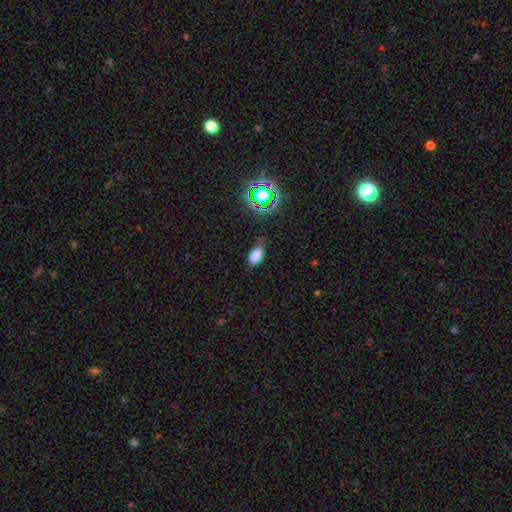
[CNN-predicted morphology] Smooth or featured: smooth — 78% (star or artifact — 15%)
How rounded: in between — 91% (round — 6%)
Merging: none — 62% (minor disturbance — 28%)